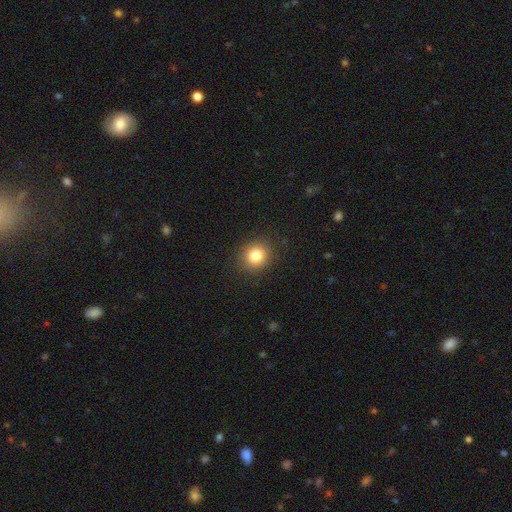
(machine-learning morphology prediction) This is clearly a smooth galaxy (82%). How rounded: clearly round (82%). Merging: clearly none (89%).